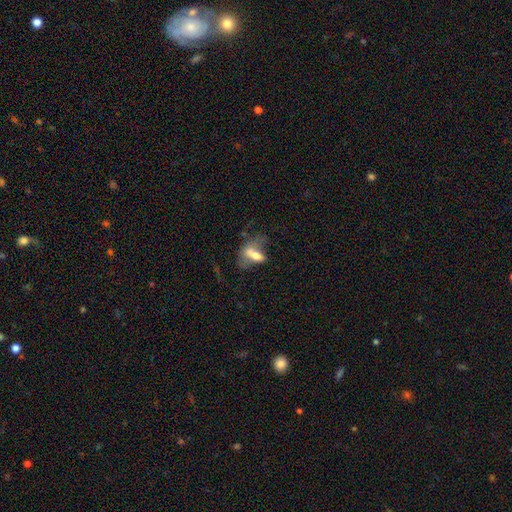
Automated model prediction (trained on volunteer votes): This appears to be a smooth galaxy with no disk features (50%) that is in between round and cigar-shaped (73%). Merging: major disturbance (32%).